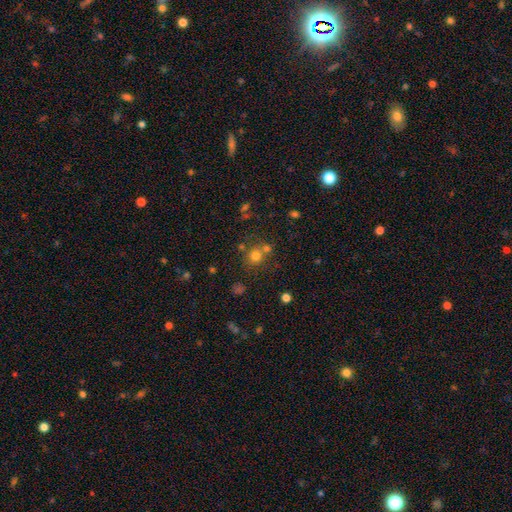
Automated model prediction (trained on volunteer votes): The model was most divided on "merging": none: 64%, merger: 22%, minor disturbance: 9%, major disturbance: 4%. More confident: how rounded — round (86%); smooth or featured — smooth (72%).